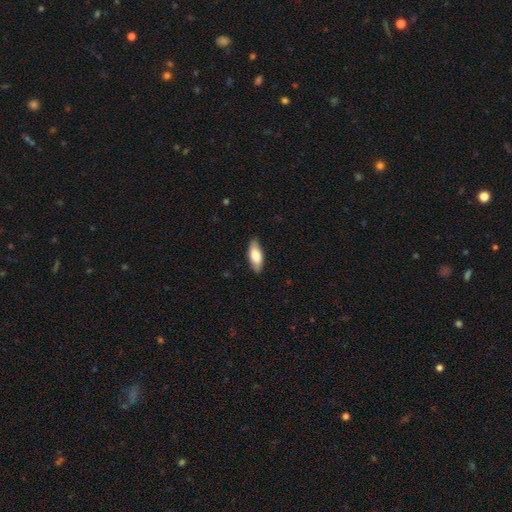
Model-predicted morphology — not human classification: A smooth galaxy with no disk features (78%) that is in between round and cigar-shaped (75%). Merging: none (85%).